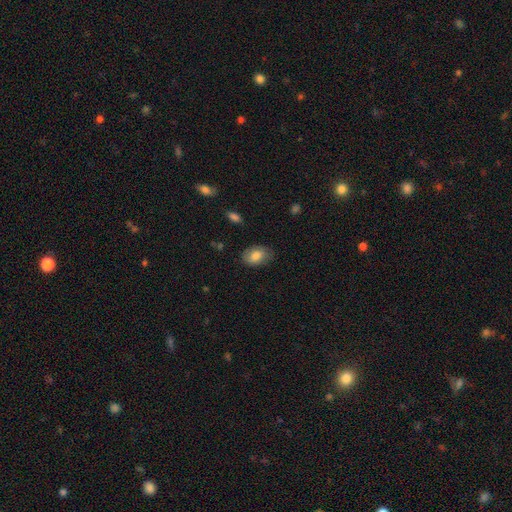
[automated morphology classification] Overall: smooth (80%). How rounded: in between (86%). Merging: none (75%).